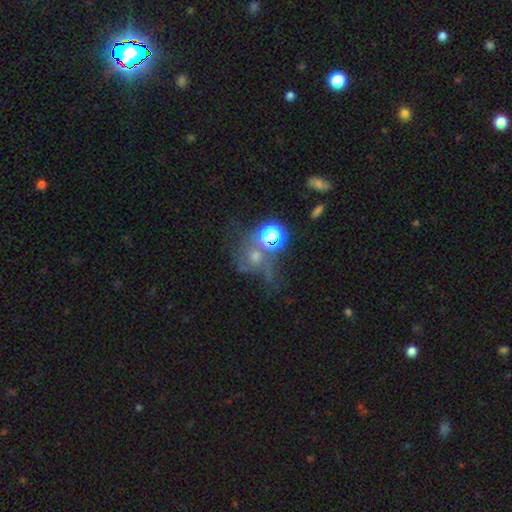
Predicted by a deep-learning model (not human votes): Overall: star or artifact (37%; smooth 36%).